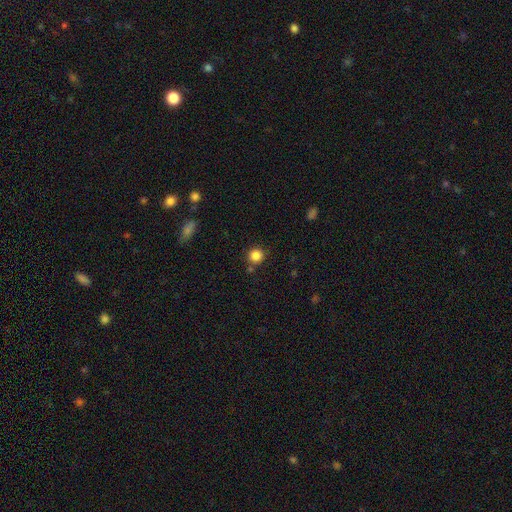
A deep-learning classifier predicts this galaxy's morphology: type=smooth (85%); roundness=round (92%); merging=none (80%).